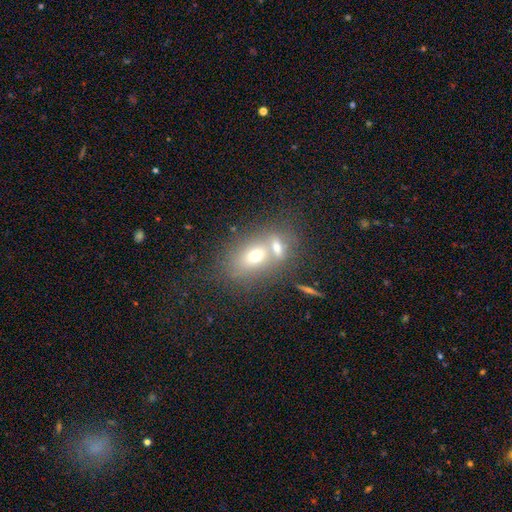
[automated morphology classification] This appears to be a smooth galaxy with no disk features (63%) that is in between round and cigar-shaped (67%). Merging: merger (54%).